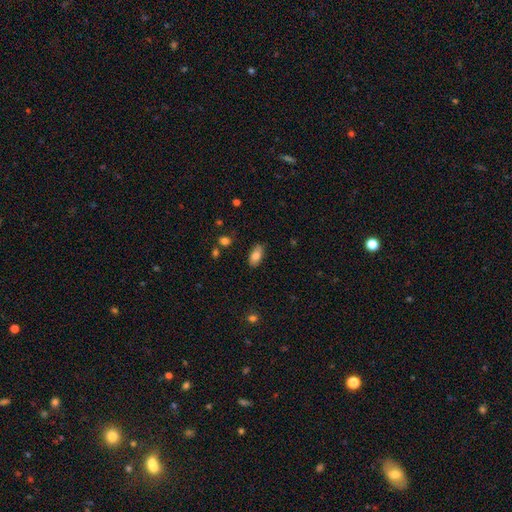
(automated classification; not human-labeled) A smooth galaxy with no disk features (81%) that is in between round and cigar-shaped (90%).

Vote fractions:
- Smooth or featured? smooth: 81% / featured or disk: 12% / star or artifact: 7%
- How rounded? in between: 90% / cigar-shaped: 7% / round: 3%
- Merging? none: 83% / minor disturbance: 12% / major disturbance: 2% / merger: 2%